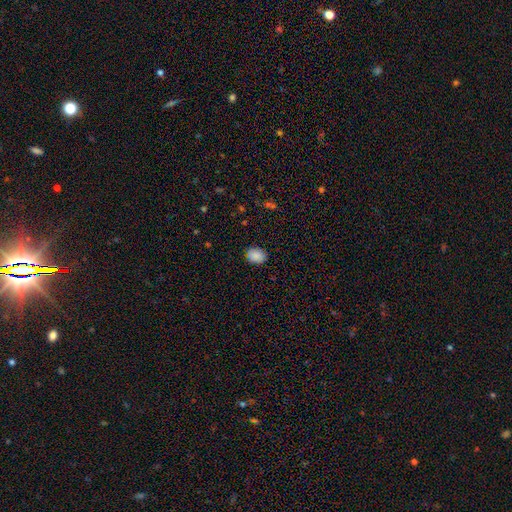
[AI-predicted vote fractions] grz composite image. It shows a smooth galaxy with no disk features (89%) that is in between round and cigar-shaped (67%). Merging: none (88%).